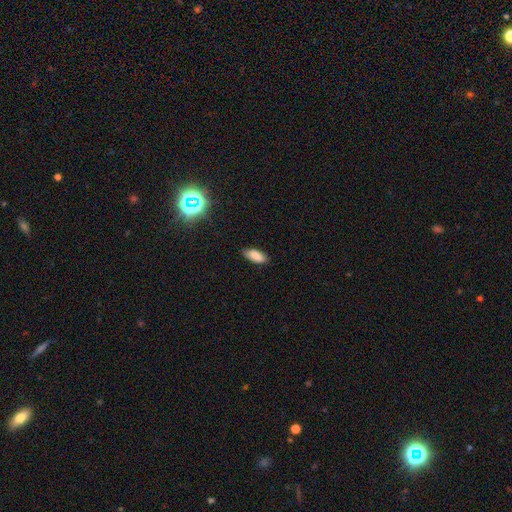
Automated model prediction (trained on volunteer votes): smooth_or_featured: smooth (p=0.84) [alt: star or artifact p=0.09]
how_rounded: in between (p=0.82) [alt: cigar-shaped p=0.16]
merging: none (p=0.83) [alt: minor disturbance p=0.13]